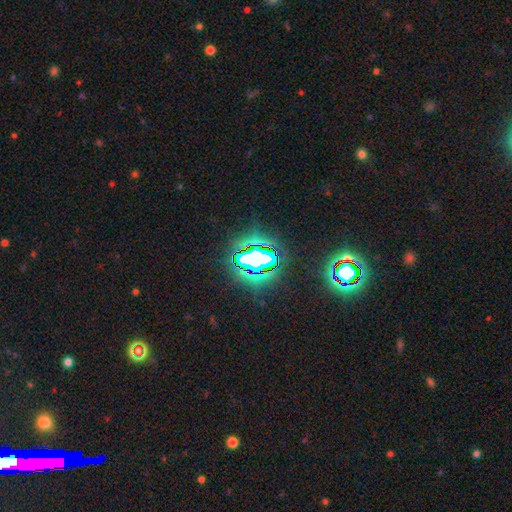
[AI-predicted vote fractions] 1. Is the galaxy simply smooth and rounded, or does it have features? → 66% star or artifact, 20% smooth, 13% featured or disk.